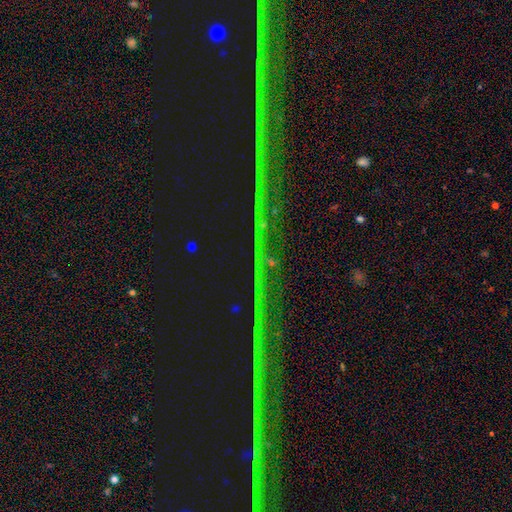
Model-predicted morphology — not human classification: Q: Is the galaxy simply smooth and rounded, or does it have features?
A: star or artifact — 86%.